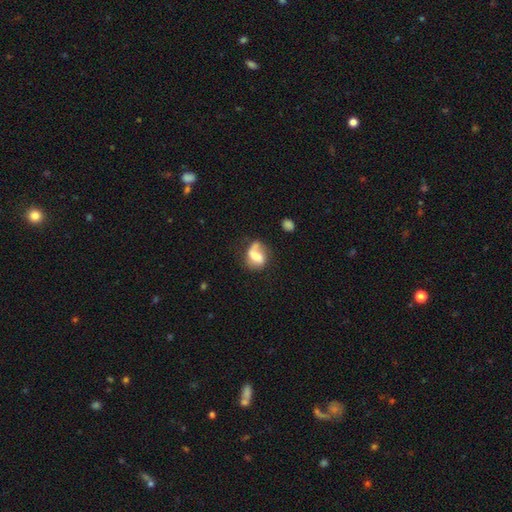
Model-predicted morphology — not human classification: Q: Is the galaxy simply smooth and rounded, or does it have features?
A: featured or disk — 50%.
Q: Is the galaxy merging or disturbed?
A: none — 41%.